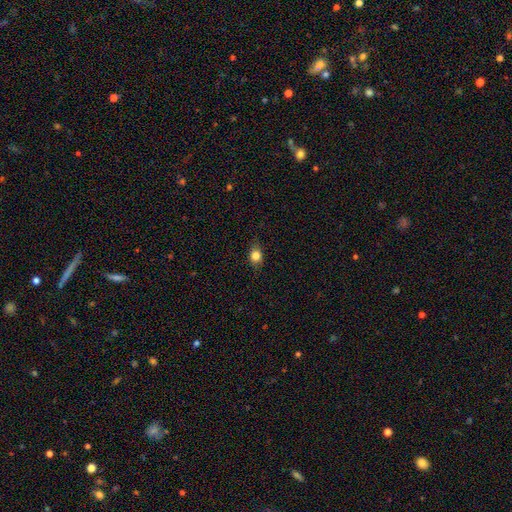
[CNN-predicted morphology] Smooth or featured? smooth (81%)
How rounded? round (54%)
Merging? none (81%)